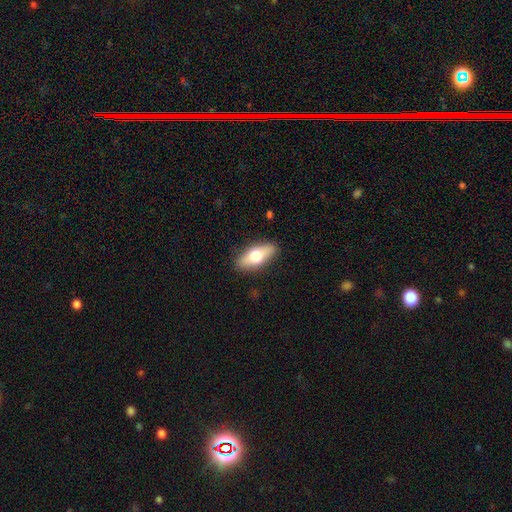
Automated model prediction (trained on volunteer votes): This is likely a smooth galaxy (61%). How rounded: likely in between (73%). Merging: clearly none (87%).